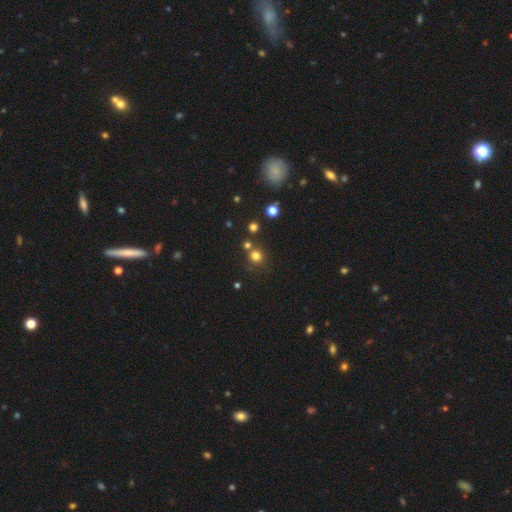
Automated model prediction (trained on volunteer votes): Smooth or featured? Predicted: smooth (p=0.74). How rounded? Predicted: round (p=0.91). Merging? Predicted: none (p=0.72).